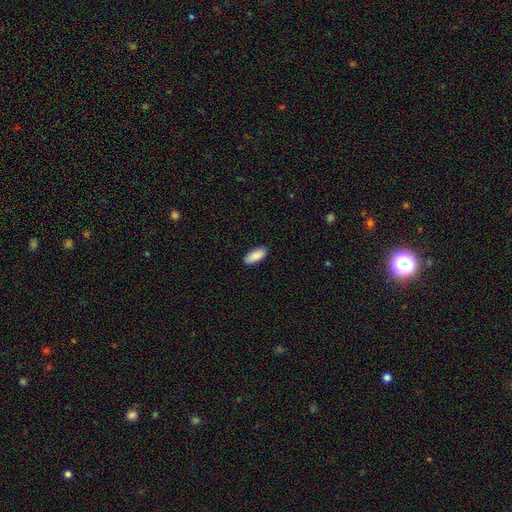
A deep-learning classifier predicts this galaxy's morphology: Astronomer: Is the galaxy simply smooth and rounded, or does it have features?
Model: smooth — 90%.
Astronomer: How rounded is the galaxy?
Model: in between — 87%.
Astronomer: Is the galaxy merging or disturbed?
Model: none — 90%.